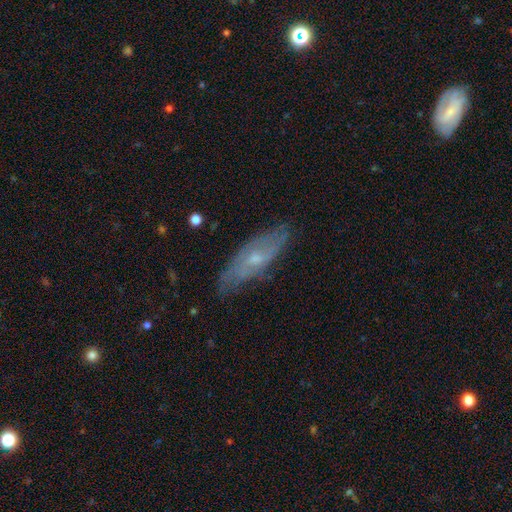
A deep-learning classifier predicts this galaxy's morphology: Smooth or featured? featured or disk (62%)
Edge-on disk? no (68%)
Merging? none (80%)